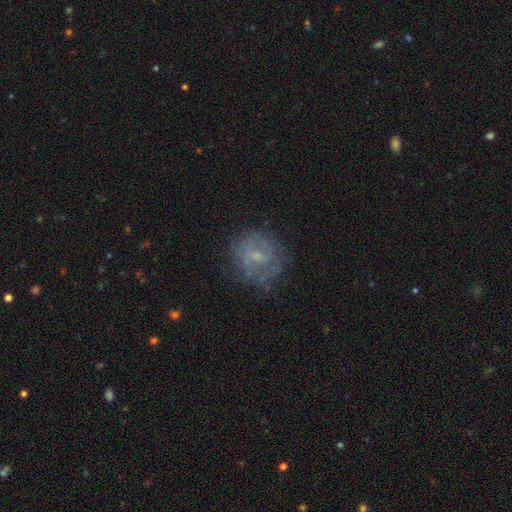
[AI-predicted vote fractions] Q: Smooth or featured?
A: featured or disk (59%); runner-up: smooth (31%)
Q: Edge-on disk?
A: no (96%); runner-up: yes (4%)
Q: Bar?
A: weak (53%); runner-up: no (34%)
Q: Spiral arms?
A: yes (63%); runner-up: no (37%)
Q: Bulge size?
A: small (56%); runner-up: moderate (25%)
Q: Merging?
A: none (68%); runner-up: minor disturbance (19%)